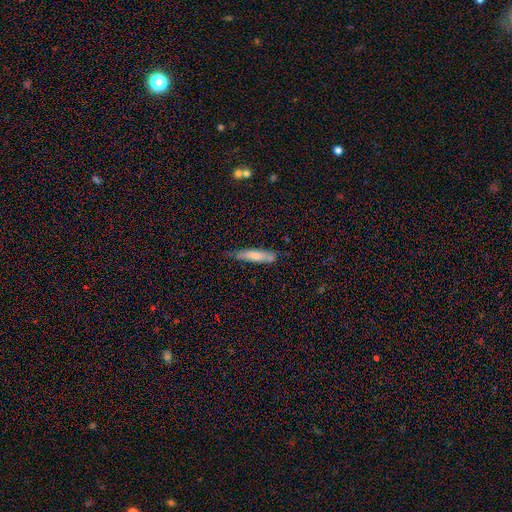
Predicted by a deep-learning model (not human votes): A smooth galaxy with no disk features (70%) that is cigar-shaped (82%).

Vote fractions:
- Smooth or featured? smooth: 70% / featured or disk: 24% / star or artifact: 6%
- How rounded? cigar-shaped: 82% / in between: 16% / round: 1%
- Merging? none: 65% / minor disturbance: 26% / major disturbance: 5% / merger: 4%